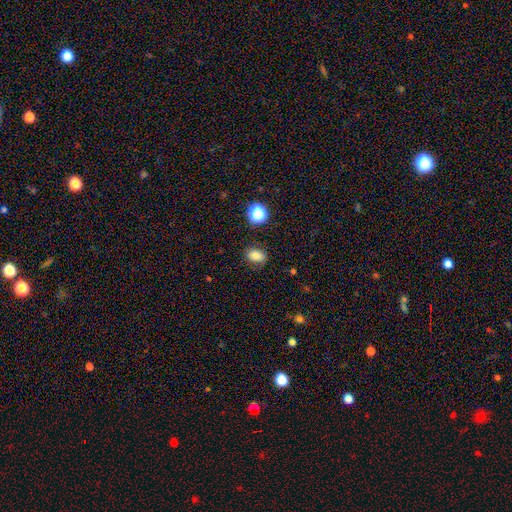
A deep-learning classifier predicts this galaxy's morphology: The model was most divided on "how rounded": in between: 73%, round: 25%, cigar-shaped: 1%. More confident: merging — none (80%); smooth or featured — smooth (78%).